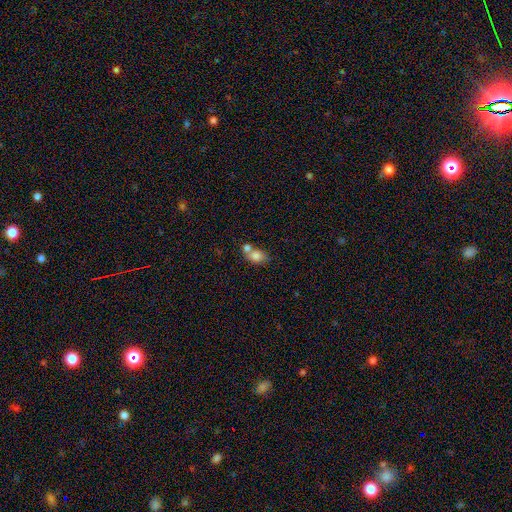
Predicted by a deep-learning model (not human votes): smooth 79%, featured or disk 12%, star or artifact 9%. Down the decision tree: how rounded — in between (75%); merging — merger (45%).